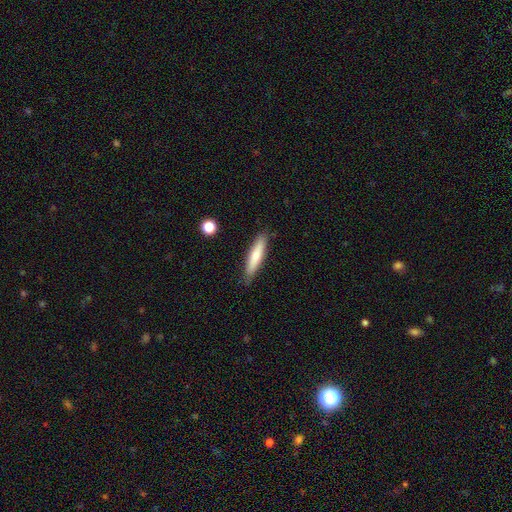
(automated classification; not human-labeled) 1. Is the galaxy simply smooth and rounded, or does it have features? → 70% smooth, 24% featured or disk, 6% star or artifact.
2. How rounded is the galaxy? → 85% cigar-shaped, 14% in between, 1% round.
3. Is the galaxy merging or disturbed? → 85% none, 12% minor disturbance, 2% major disturbance, 1% merger.